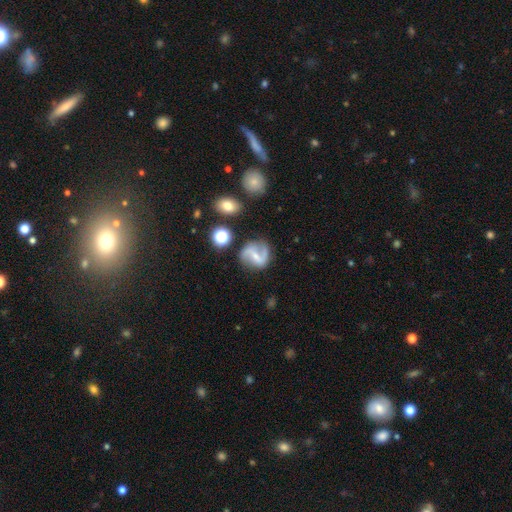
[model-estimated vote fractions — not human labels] This appears to be a featured or disk galaxy (79%) with a weak bar (41%), 2 (88%) loose (51%) spiral arms (92%) and a small central bulge (60%). Merging: none (75%).